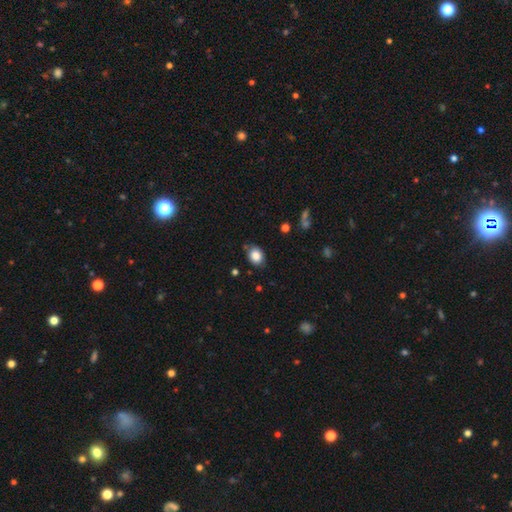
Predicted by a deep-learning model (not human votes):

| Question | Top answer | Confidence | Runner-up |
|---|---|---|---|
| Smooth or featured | smooth | 85% | star or artifact (9%) |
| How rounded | in between | 62% | round (37%) |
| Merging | none | 78% | minor disturbance (16%) |